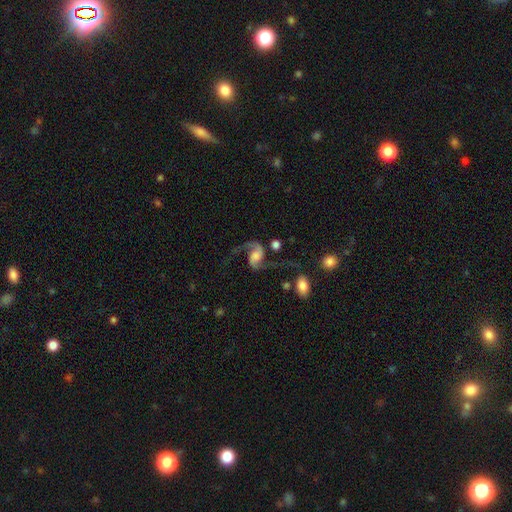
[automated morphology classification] Overall: featured or disk (89%). Edge-on disk: no (98%). Bar: no (51%; weak 36%). Spiral arms: yes (97%). Spiral arm count: 2 (93%). Spiral winding: loose (69%). Bulge size: moderate (39%; small 22%). Merging: none (65%).